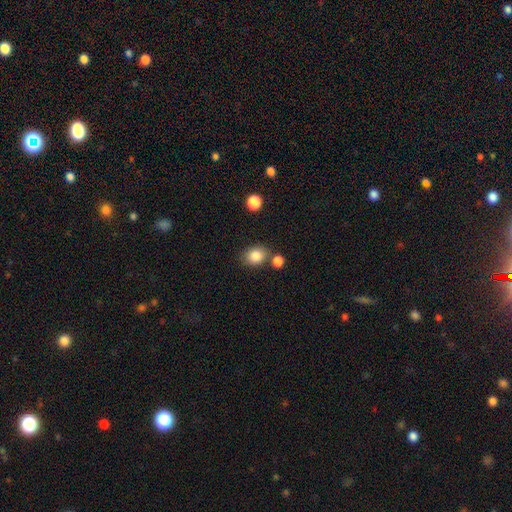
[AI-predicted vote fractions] Morphology: type=smooth (85%); roundness=in between (50%); merging=none (70%).